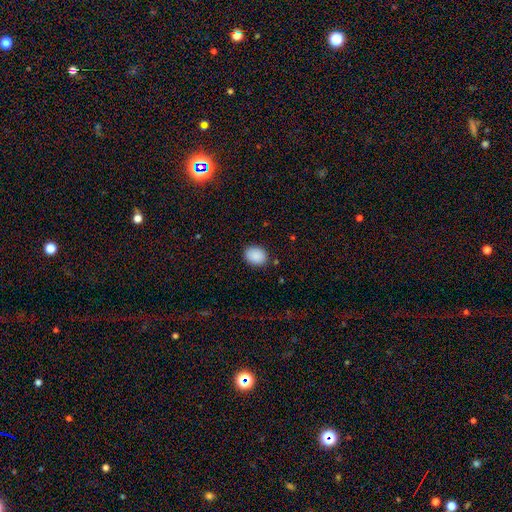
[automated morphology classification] smooth-or-featured: smooth: 90% | star or artifact: 7% | featured or disk: 3%
  how-rounded: in between: 59% | round: 40% | cigar-shaped: 1%
  merging: none: 87% | minor disturbance: 9% | major disturbance: 2% | merger: 1%